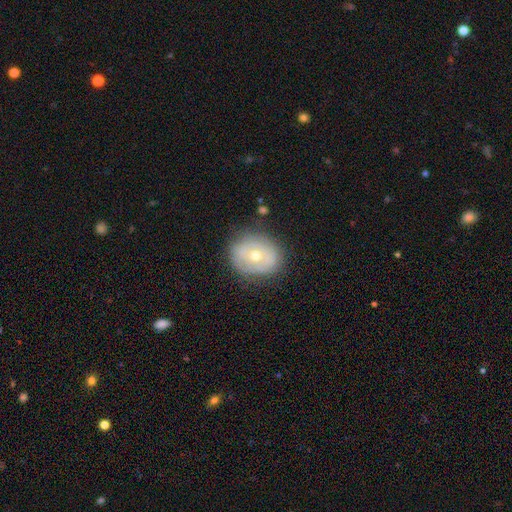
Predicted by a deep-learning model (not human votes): Overall: featured or disk (47%; smooth 44%). Merging: none (77%).